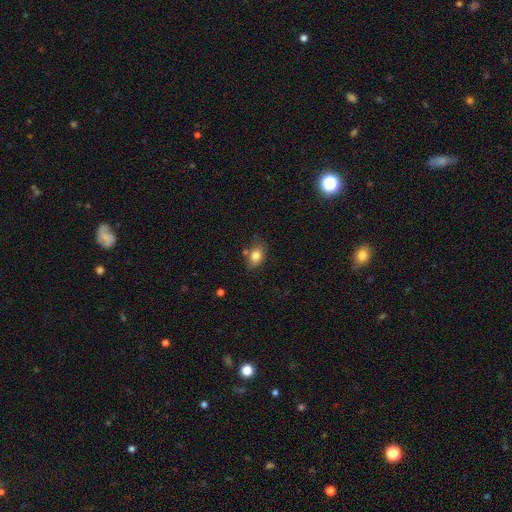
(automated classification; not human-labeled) This appears to be a smooth galaxy with no disk features (81%) that is in between round and cigar-shaped (70%). Merging: none (72%).